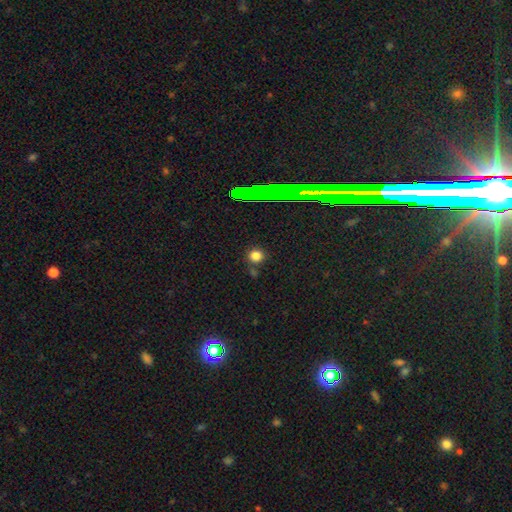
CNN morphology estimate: This is likely a smooth galaxy (79%). How rounded: clearly round (92%). Merging: clearly none (82%).